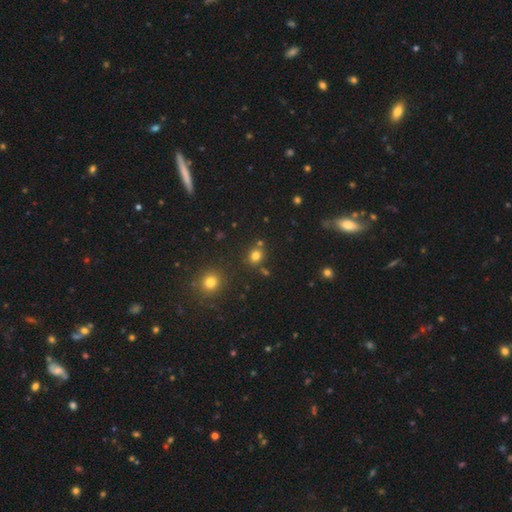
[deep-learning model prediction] Q: Smooth or featured?
A: smooth (77%); runner-up: star or artifact (17%)
Q: How rounded?
A: round (73%); runner-up: in between (26%)
Q: Merging?
A: none (79%); runner-up: minor disturbance (9%)